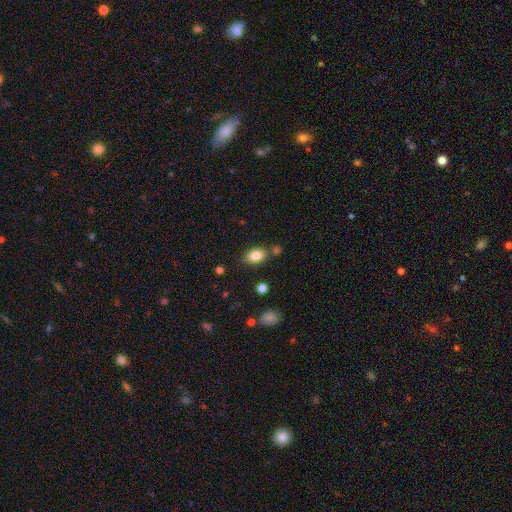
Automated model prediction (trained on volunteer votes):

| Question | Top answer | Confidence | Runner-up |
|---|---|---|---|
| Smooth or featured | smooth | 83% | star or artifact (9%) |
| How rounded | in between | 84% | round (14%) |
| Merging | none | 74% | minor disturbance (14%) |